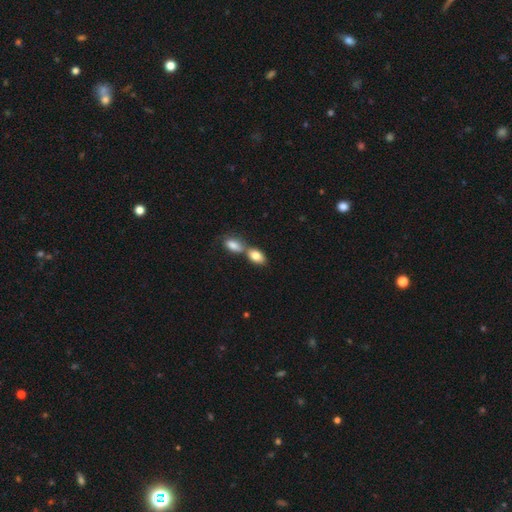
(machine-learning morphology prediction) type=smooth (82%); roundness=in between (88%); merging=merger (57%).